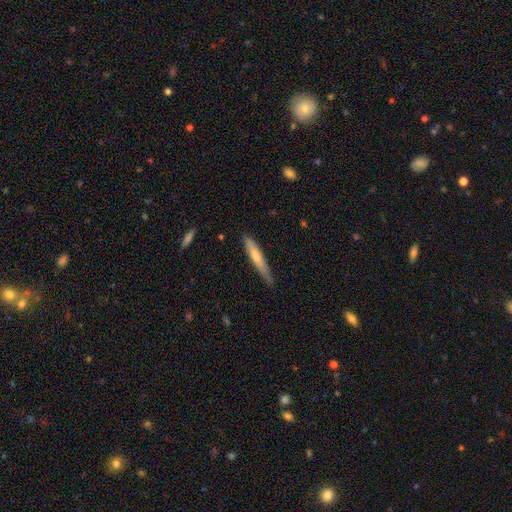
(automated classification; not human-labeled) Q: Smooth or featured?
A: featured or disk (48%); runner-up: smooth (45%)
Q: Merging?
A: none (81%); runner-up: minor disturbance (15%)